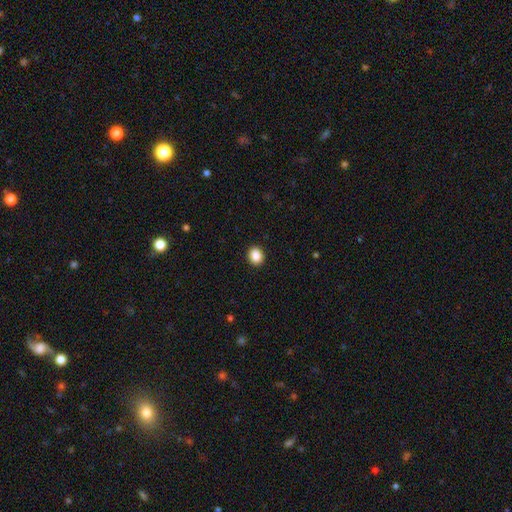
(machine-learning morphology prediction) A smooth galaxy with no disk features (88%) that is round (66%).

Vote fractions:
- Smooth or featured? smooth: 88% / star or artifact: 9% / featured or disk: 3%
- How rounded? round: 66% / in between: 33% / cigar-shaped: 1%
- Merging? none: 92% / minor disturbance: 5% / major disturbance: 2% / merger: 1%